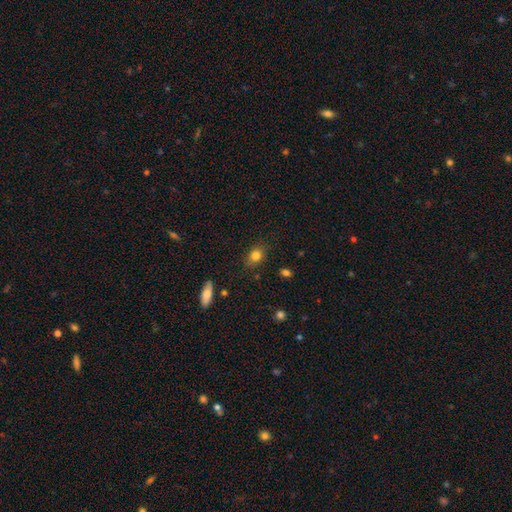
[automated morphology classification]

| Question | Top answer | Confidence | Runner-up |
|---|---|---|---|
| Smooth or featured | smooth | 82% | star or artifact (10%) |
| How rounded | in between | 57% | round (40%) |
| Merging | none | 79% | minor disturbance (16%) |